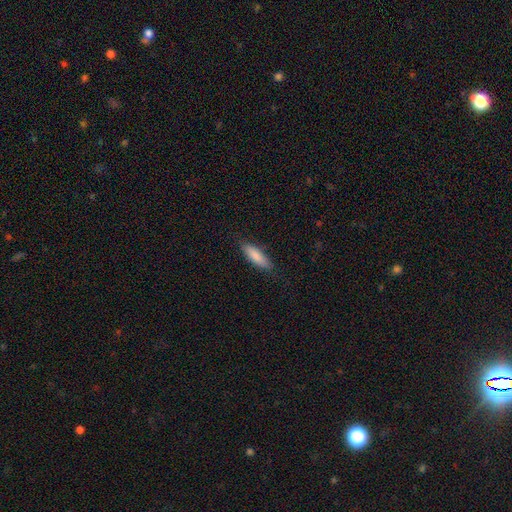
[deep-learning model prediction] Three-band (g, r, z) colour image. It shows a smooth galaxy with no disk features (86%) that is cigar-shaped (53%). Merging: none (85%).